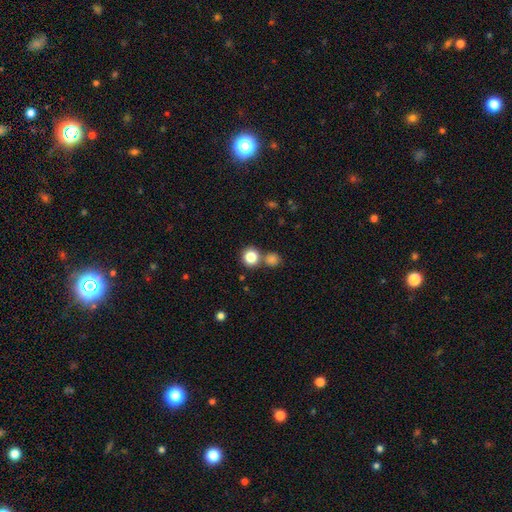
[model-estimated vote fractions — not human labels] A smooth galaxy with no disk features (50%) that is round (78%).

Vote fractions:
- Smooth or featured? smooth: 50% / star or artifact: 40% / featured or disk: 10%
- How rounded? round: 78% / in between: 19% / cigar-shaped: 3%
- Merging? none: 66% / merger: 20% / minor disturbance: 8% / major disturbance: 5%